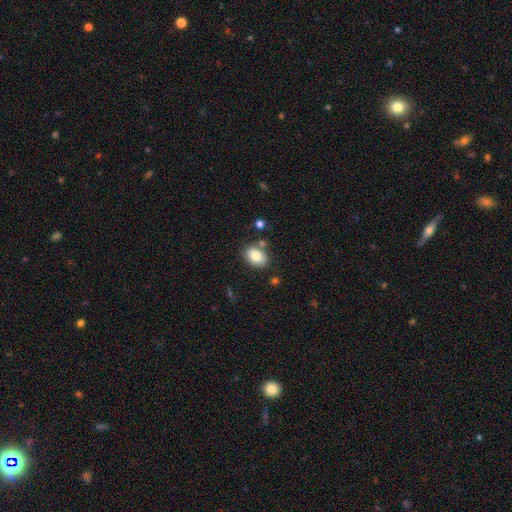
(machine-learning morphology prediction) This is clearly a smooth galaxy (83%). How rounded: likely in between (77%). Merging: likely none (77%).